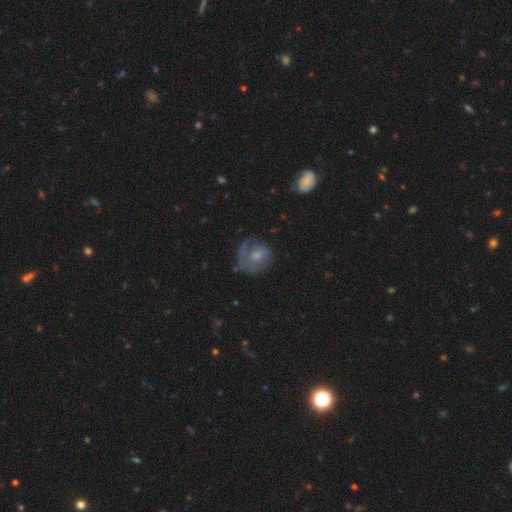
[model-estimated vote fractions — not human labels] Smooth or featured? featured or disk (49%)
Merging? none (52%)